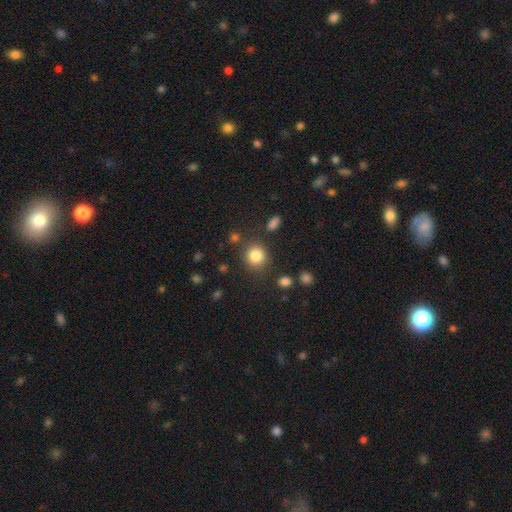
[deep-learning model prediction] Smooth or featured: smooth — 84% (star or artifact — 11%)
How rounded: round — 85% (in between — 14%)
Merging: none — 82% (minor disturbance — 9%)